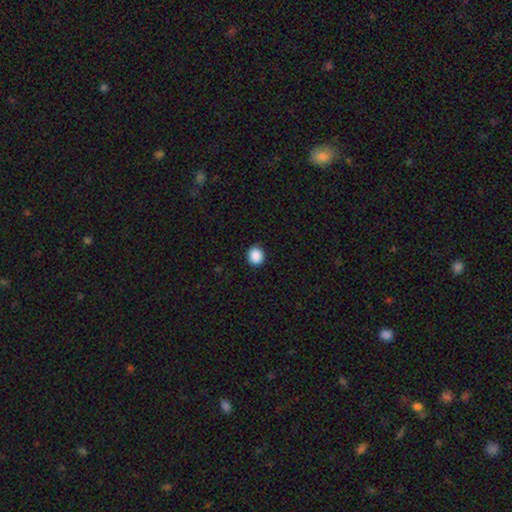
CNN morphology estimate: type=smooth (89%); roundness=round (81%); merging=none (92%).